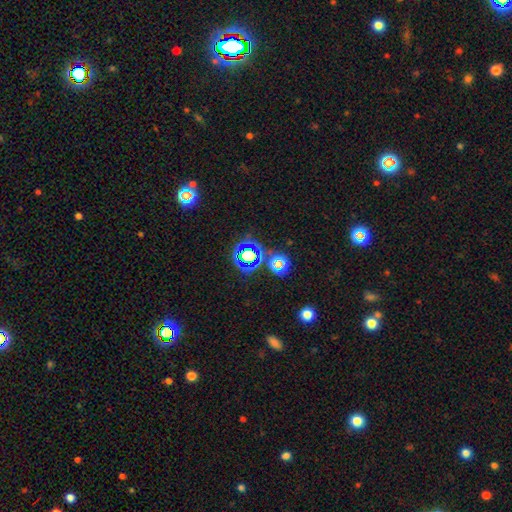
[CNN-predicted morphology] Smooth or featured? star or artifact (67%)